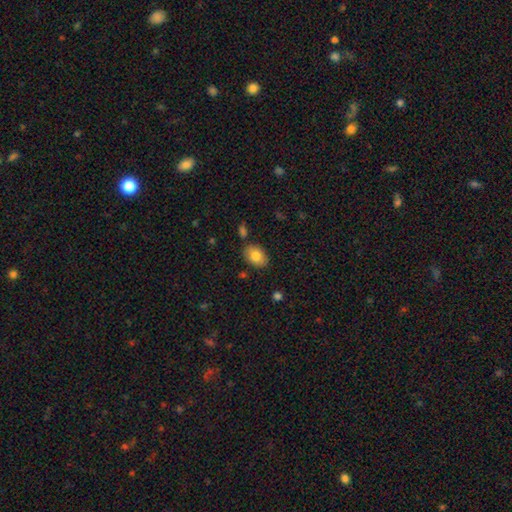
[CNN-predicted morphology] smooth_or_featured: smooth (p=0.81) [alt: featured or disk p=0.11]
how_rounded: in between (p=0.85) [alt: round p=0.14]
merging: none (p=0.82) [alt: minor disturbance p=0.12]